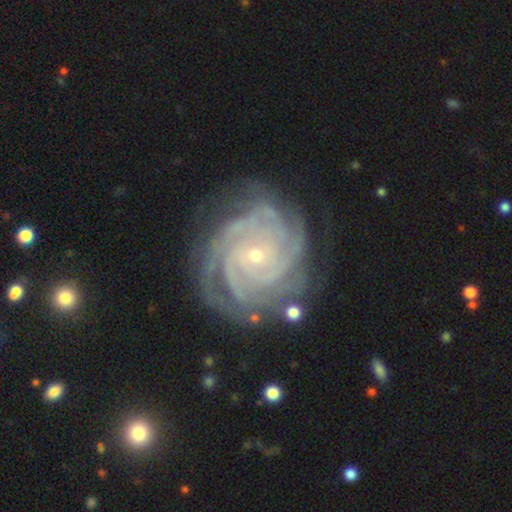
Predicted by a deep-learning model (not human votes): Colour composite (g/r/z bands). It shows a featured or disk galaxy (91%) with no bar (71%), 4 (34%) tight (81%) spiral arms (98%) and a small central bulge (80%). Merging: none (77%).